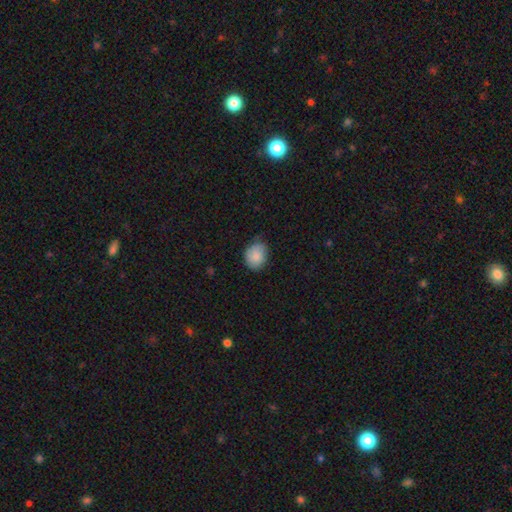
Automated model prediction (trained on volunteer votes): Smooth or featured: smooth — 86% (star or artifact — 7%)
How rounded: in between — 52% (round — 47%)
Merging: none — 68% (minor disturbance — 27%)